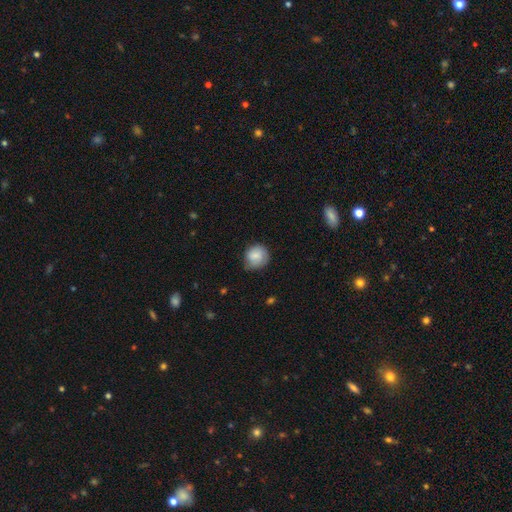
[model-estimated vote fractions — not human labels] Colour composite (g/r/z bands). It shows a smooth galaxy with no disk features (81%) that is round (88%). Merging: none (68%).